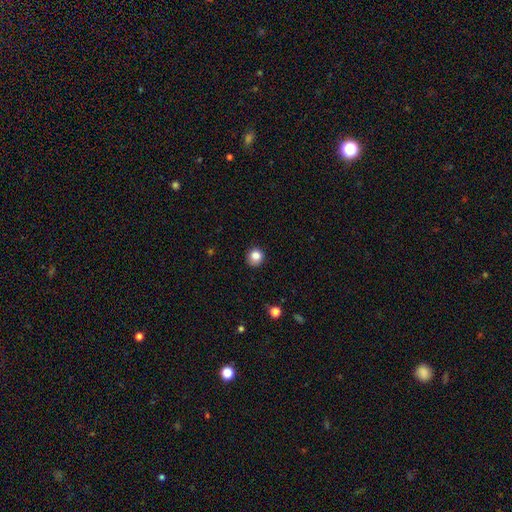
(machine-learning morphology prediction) Smooth or featured? Predicted: smooth (p=0.84). How rounded? Predicted: round (p=0.86). Merging? Predicted: none (p=0.86).